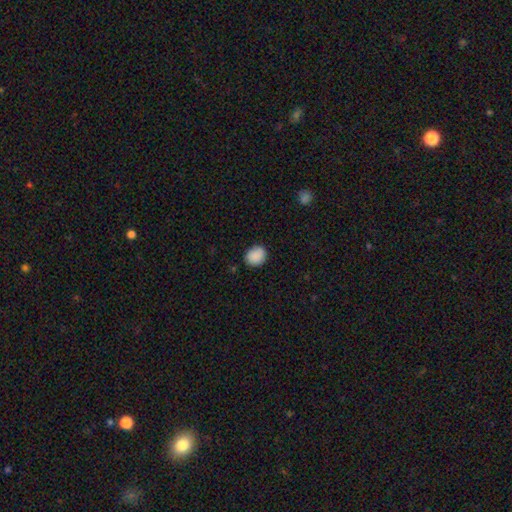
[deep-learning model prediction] A smooth galaxy with no disk features (89%) that is round (61%).

Vote fractions:
- Smooth or featured? smooth: 89% / star or artifact: 8% / featured or disk: 3%
- How rounded? round: 61% / in between: 38% / cigar-shaped: 1%
- Merging? none: 83% / minor disturbance: 13% / major disturbance: 3% / merger: 1%